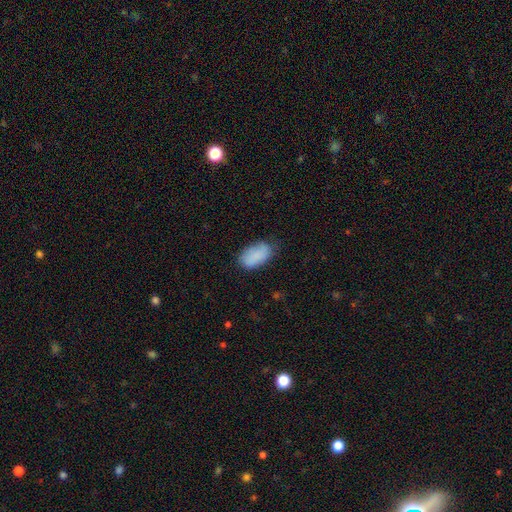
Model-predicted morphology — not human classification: type=smooth (86%); roundness=in between (94%); merging=none (69%).